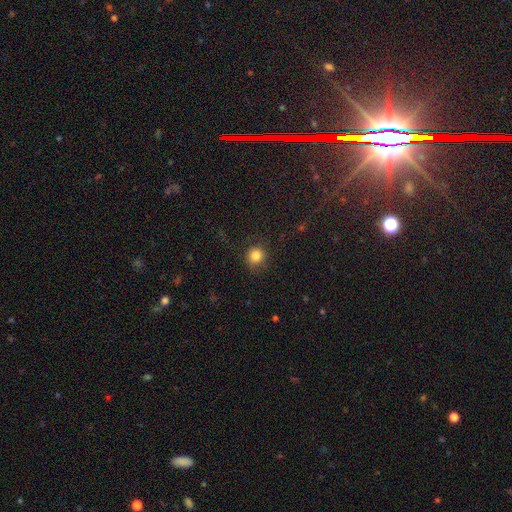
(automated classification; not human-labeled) smooth 83%, star or artifact 11%, featured or disk 5%. Down the decision tree: how rounded — round (89%); merging — none (82%).